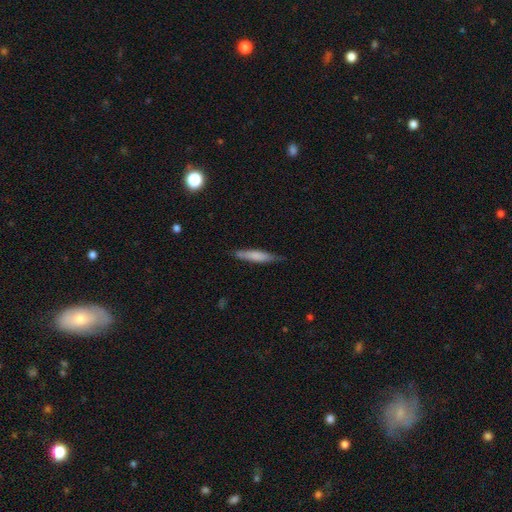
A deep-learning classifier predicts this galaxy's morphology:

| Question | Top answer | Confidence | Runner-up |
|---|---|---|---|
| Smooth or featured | smooth | 70% | featured or disk (24%) |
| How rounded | cigar-shaped | 86% | in between (13%) |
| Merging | none | 79% | minor disturbance (17%) |